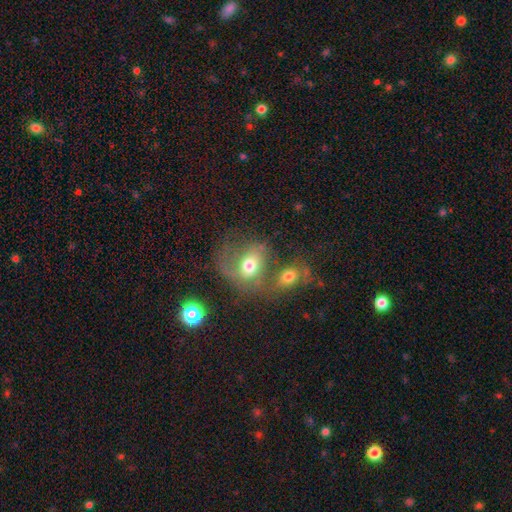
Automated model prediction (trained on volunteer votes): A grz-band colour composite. It shows a smooth galaxy with no disk features (51%) that is in between round and cigar-shaped (50%). Merging: merger (44%).